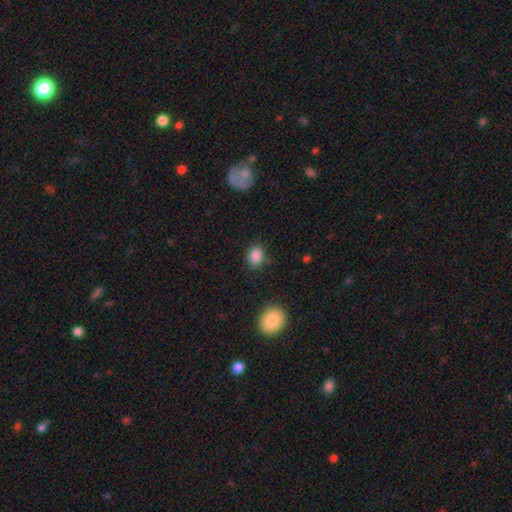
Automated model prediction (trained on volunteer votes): A smooth galaxy with no disk features (87%) that is in between round and cigar-shaped (58%).

Vote fractions:
- Smooth or featured? smooth: 87% / star or artifact: 9% / featured or disk: 4%
- How rounded? in between: 58% / round: 41% / cigar-shaped: 1%
- Merging? none: 83% / minor disturbance: 11% / major disturbance: 3% / merger: 2%